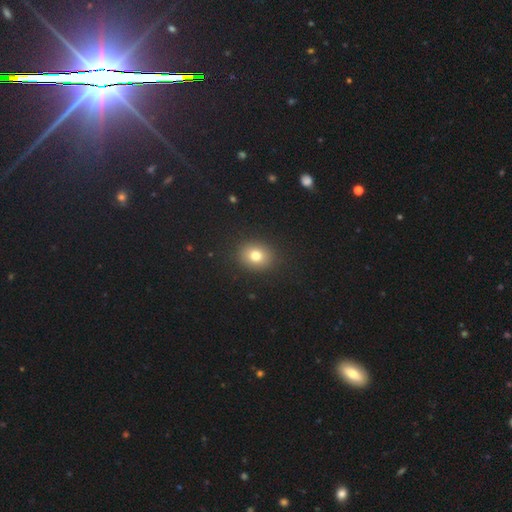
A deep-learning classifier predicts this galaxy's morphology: Smooth or featured: smooth — 79% (star or artifact — 12%)
How rounded: round — 61% (in between — 38%)
Merging: none — 89% (minor disturbance — 7%)